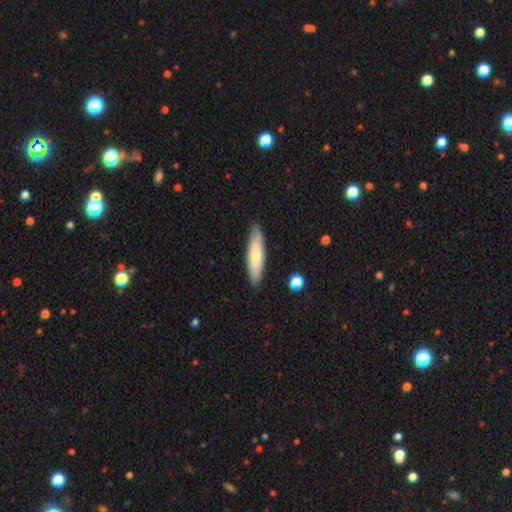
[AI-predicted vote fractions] Morphology: type=smooth (69%); roundness=cigar-shaped (74%); merging=none (87%).